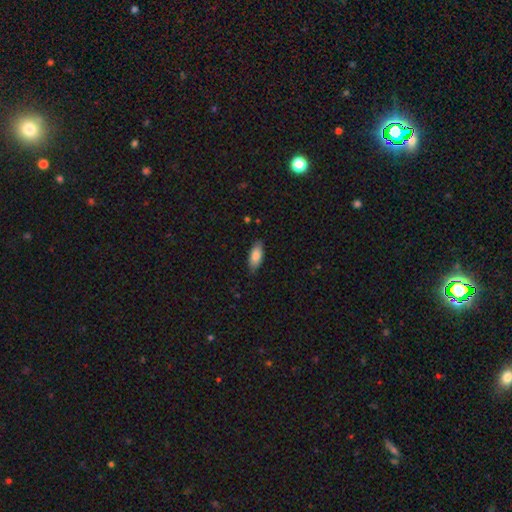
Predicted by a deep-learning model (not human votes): Q: Smooth or featured?
A: smooth (83%); runner-up: featured or disk (11%)
Q: How rounded?
A: in between (85%); runner-up: cigar-shaped (13%)
Q: Merging?
A: none (82%); runner-up: minor disturbance (14%)